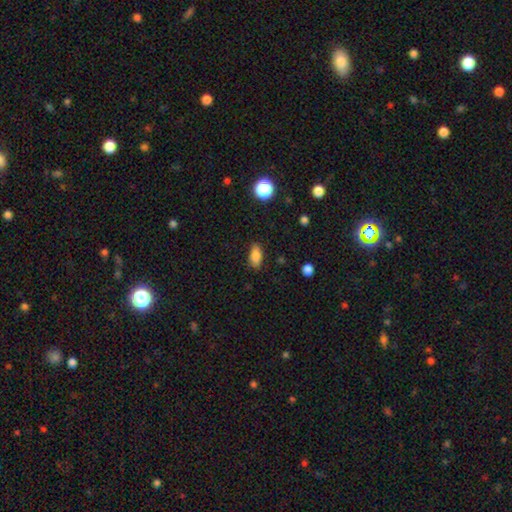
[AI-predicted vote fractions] Smooth or featured? smooth (84%)
How rounded? in between (86%)
Merging? none (85%)